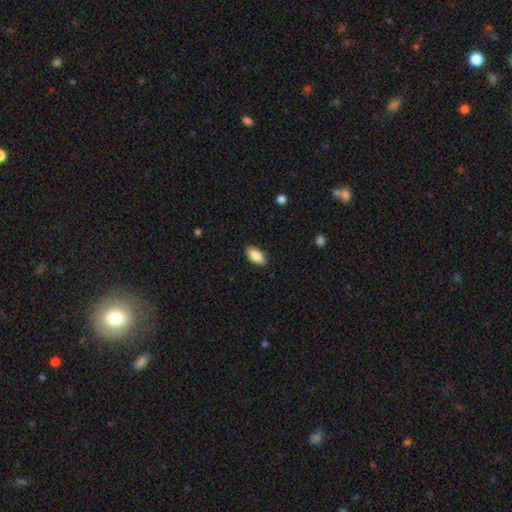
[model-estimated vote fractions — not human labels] smooth-or-featured: smooth: 87% | star or artifact: 7% | featured or disk: 6%
  how-rounded: in between: 93% | cigar-shaped: 4% | round: 3%
  merging: none: 86% | minor disturbance: 10% | major disturbance: 2% | merger: 1%